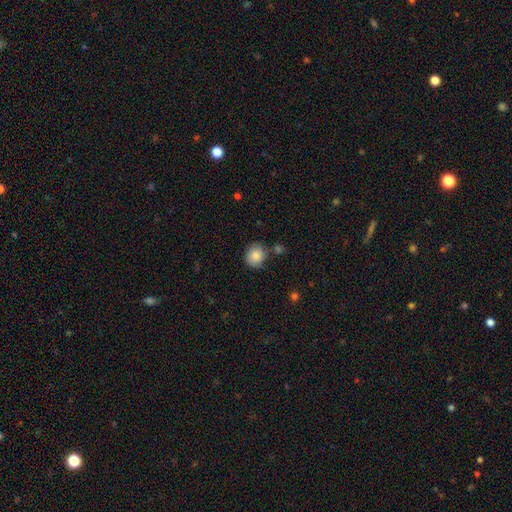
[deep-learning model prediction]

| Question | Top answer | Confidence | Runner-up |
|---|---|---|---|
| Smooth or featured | smooth | 84% | star or artifact (8%) |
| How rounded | round | 77% | in between (22%) |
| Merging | none | 73% | minor disturbance (15%) |